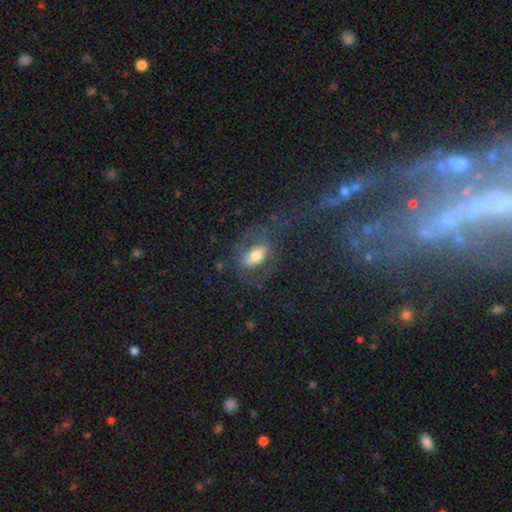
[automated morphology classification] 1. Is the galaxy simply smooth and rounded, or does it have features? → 44% smooth, 43% featured or disk, 13% star or artifact.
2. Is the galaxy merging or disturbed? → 49% none, 28% major disturbance, 19% minor disturbance, 3% merger.